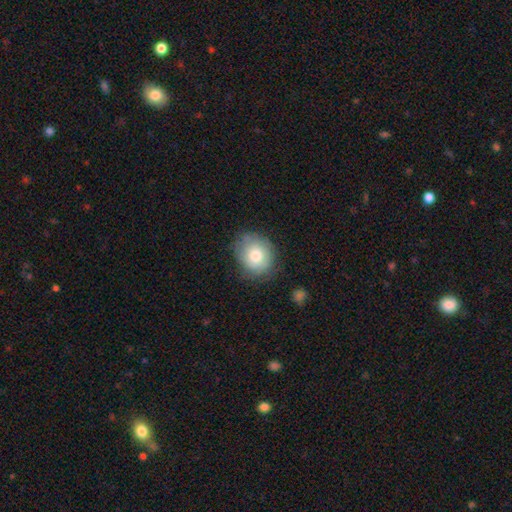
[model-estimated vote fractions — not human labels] Smooth or featured? smooth (74%)
How rounded? round (69%)
Merging? none (71%)